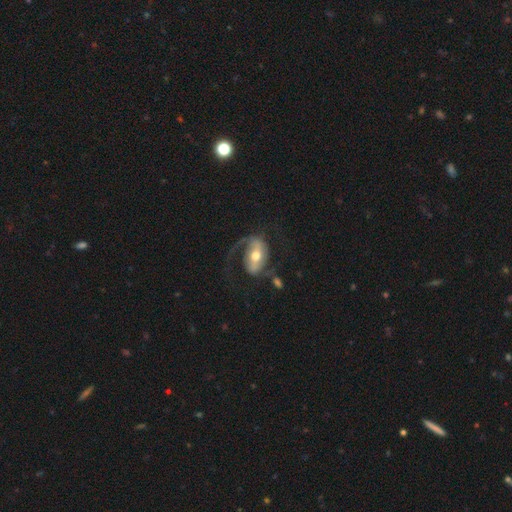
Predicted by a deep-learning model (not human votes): Smooth or featured: featured or disk — 76% (smooth — 19%)
Edge-on disk: no — 95% (yes — 5%)
Bar: strong — 45% (weak — 32%)
Spiral arms: yes — 86% (no — 14%)
Spiral winding: loose — 50% (medium — 37%)
Spiral arm count: 2 — 60% (1 — 33%)
Bulge size: moderate — 72% (small — 15%)
Merging: none — 49% (major disturbance — 30%)